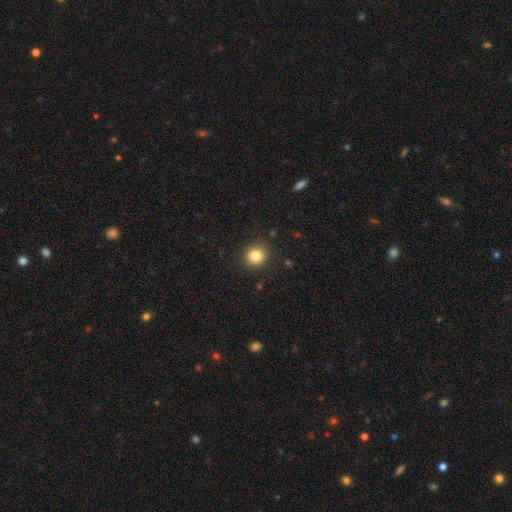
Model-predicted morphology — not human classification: smooth_or_featured: smooth (p=0.83) [alt: star or artifact p=0.11]
how_rounded: round (p=0.90) [alt: in between p=0.10]
merging: none (p=0.89) [alt: minor disturbance p=0.07]